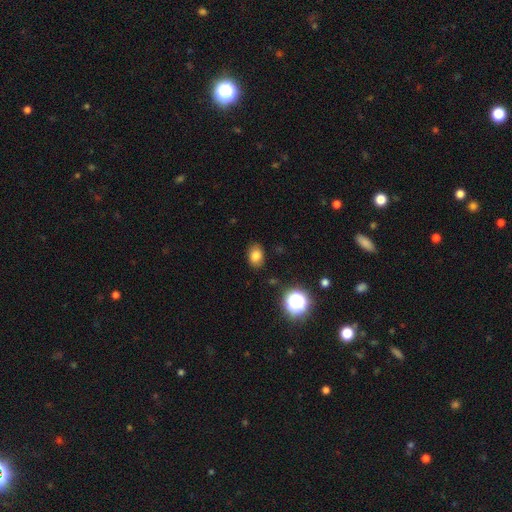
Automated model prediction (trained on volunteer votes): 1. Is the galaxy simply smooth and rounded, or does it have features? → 80% smooth, 13% star or artifact, 7% featured or disk.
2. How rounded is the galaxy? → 71% in between, 28% round, 1% cigar-shaped.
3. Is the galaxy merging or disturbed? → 85% none, 11% minor disturbance, 3% major disturbance, 2% merger.